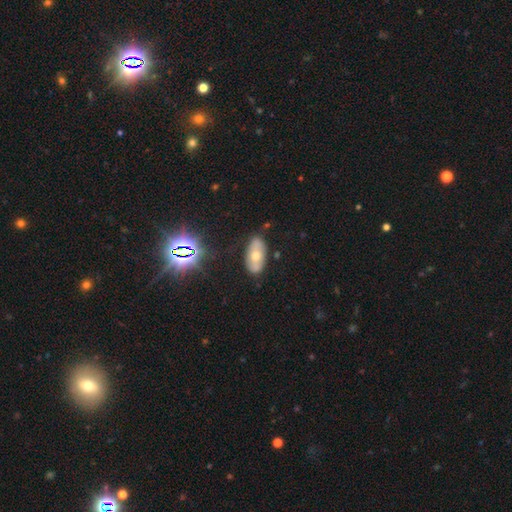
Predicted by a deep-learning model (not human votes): Smooth or featured?
  - smooth: 51% *
  - featured or disk: 38%
  - star or artifact: 11%
How rounded?
  - in between: 90% *
  - cigar-shaped: 5%
  - round: 4%
Merging?
  - none: 80% *
  - minor disturbance: 14%
  - major disturbance: 3%
  - merger: 3%